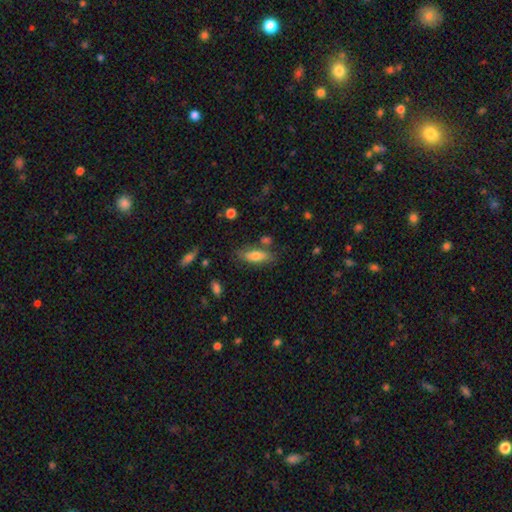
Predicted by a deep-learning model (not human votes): Q: Smooth or featured?
A: smooth (69%); runner-up: featured or disk (24%)
Q: How rounded?
A: in between (58%); runner-up: cigar-shaped (39%)
Q: Merging?
A: none (70%); runner-up: minor disturbance (17%)